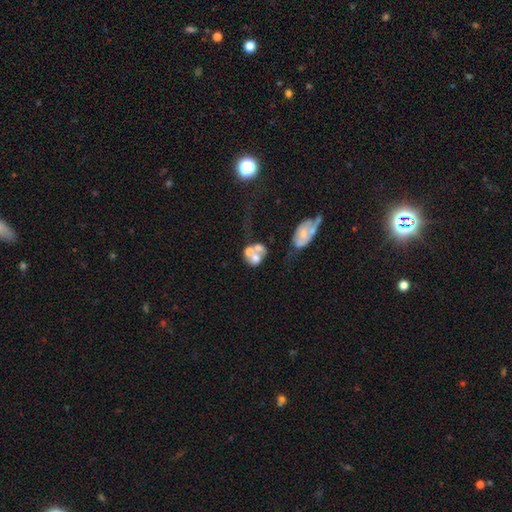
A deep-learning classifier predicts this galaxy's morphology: Overall: smooth (48%; featured or disk 41%). Merging: merger (60%).